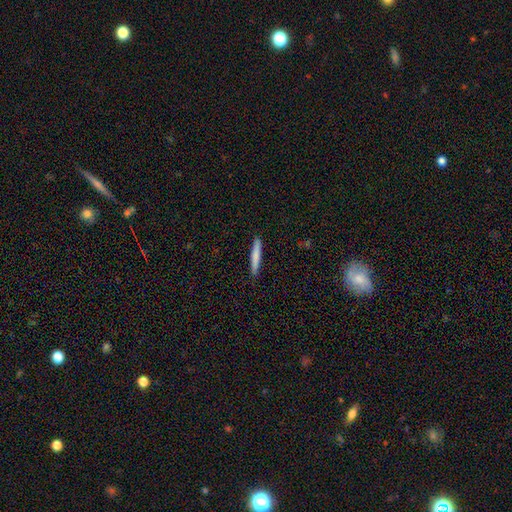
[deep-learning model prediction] Q: Smooth or featured?
A: smooth (77%); runner-up: featured or disk (18%)
Q: How rounded?
A: cigar-shaped (95%); runner-up: in between (4%)
Q: Merging?
A: none (91%); runner-up: minor disturbance (7%)